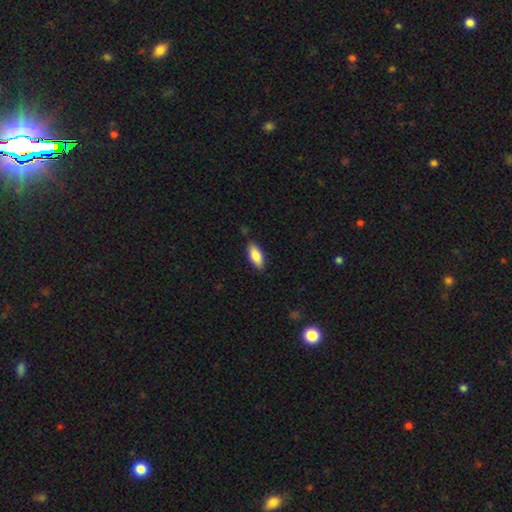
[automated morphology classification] type=smooth (85%); roundness=in between (84%); merging=none (83%).